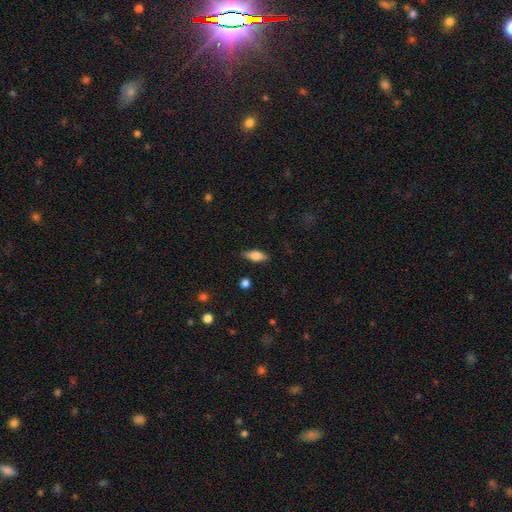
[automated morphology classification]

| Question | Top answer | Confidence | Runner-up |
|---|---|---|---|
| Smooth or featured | smooth | 74% | featured or disk (19%) |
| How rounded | in between | 71% | cigar-shaped (26%) |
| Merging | none | 82% | minor disturbance (14%) |